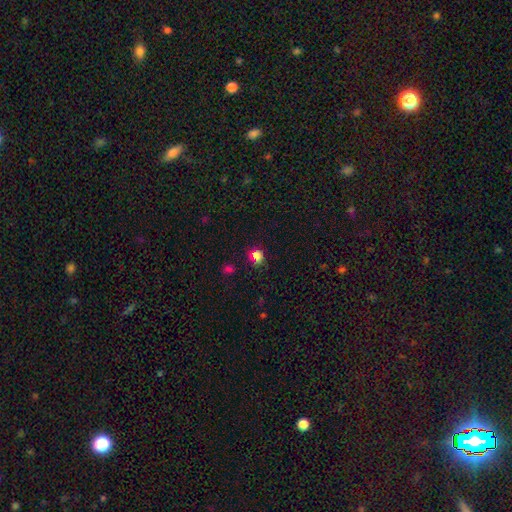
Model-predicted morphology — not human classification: smooth 73%, star or artifact 22%, featured or disk 5%. Down the decision tree: how rounded — round (81%); merging — none (82%).